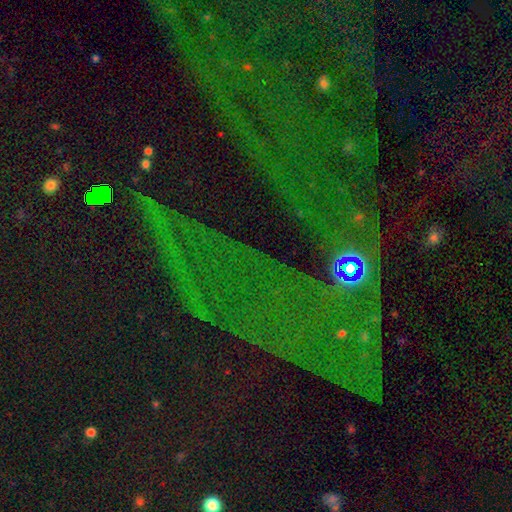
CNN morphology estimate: This is likely a star or artifact rather than a galaxy (79%).